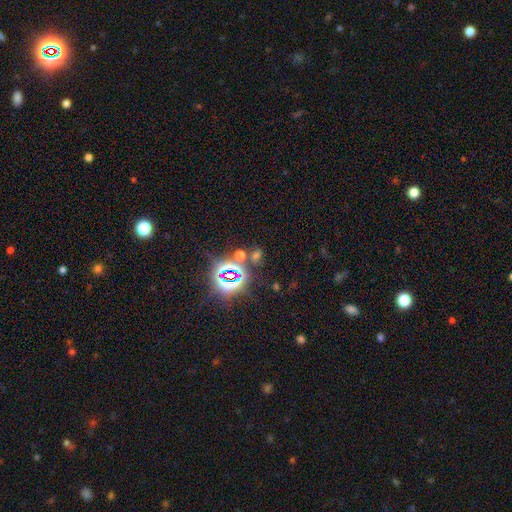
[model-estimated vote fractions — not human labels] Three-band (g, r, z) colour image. It shows a star or artifact, not a galaxy (57%).